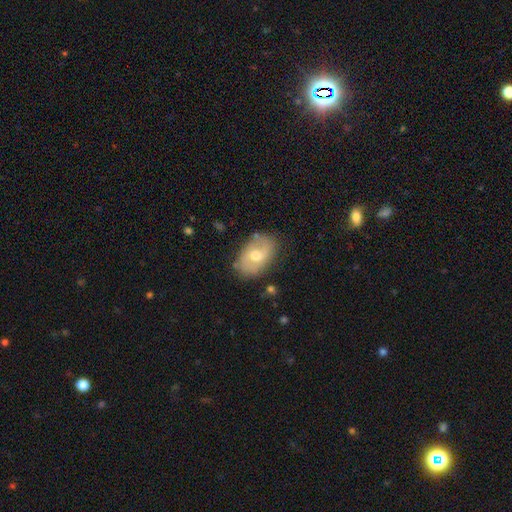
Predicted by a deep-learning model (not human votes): Smooth or featured? Predicted: smooth (p=0.49). Merging? Predicted: none (p=0.78).